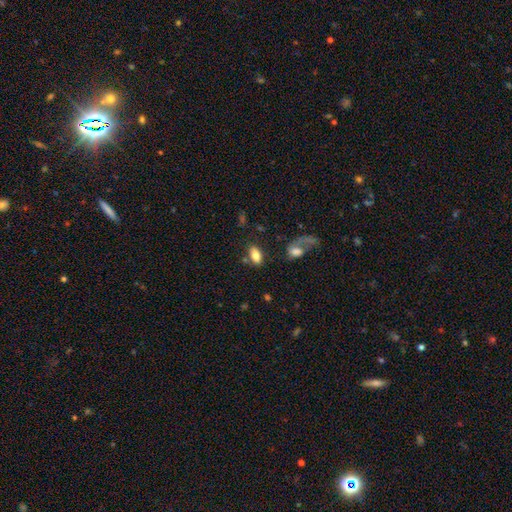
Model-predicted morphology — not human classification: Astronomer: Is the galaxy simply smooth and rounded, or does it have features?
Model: smooth — 79%.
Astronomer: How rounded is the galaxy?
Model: in between — 91%.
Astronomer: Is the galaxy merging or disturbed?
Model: none — 68%.